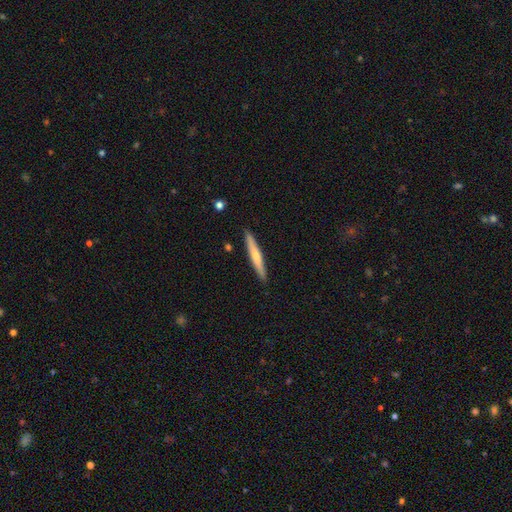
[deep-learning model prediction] Smooth or featured? Predicted: smooth (p=0.54). How rounded? Predicted: cigar-shaped (p=0.95). Merging? Predicted: none (p=0.90).